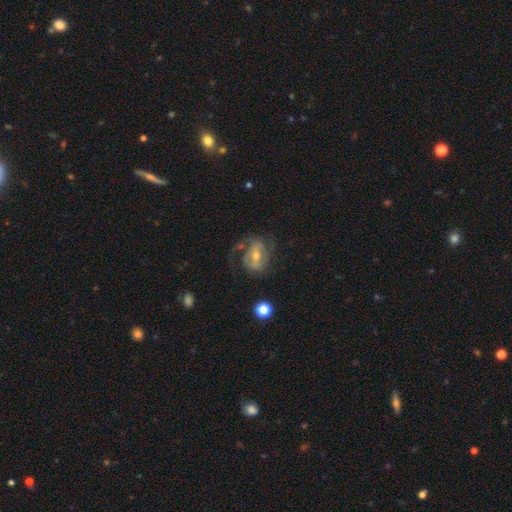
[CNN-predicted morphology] A featured or disk galaxy (75%) with a strong bar (42%), 2 (55%) medium (43%) spiral arms (83%) and a moderate central bulge (59%). Merging: none (49%).